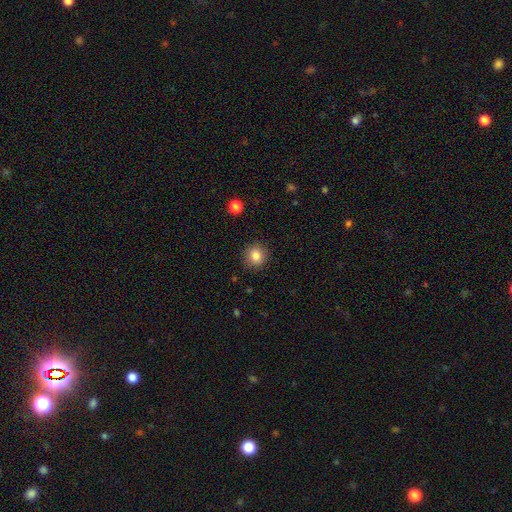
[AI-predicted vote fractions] This is clearly a smooth galaxy (83%). How rounded: clearly round (91%). Merging: clearly none (90%).